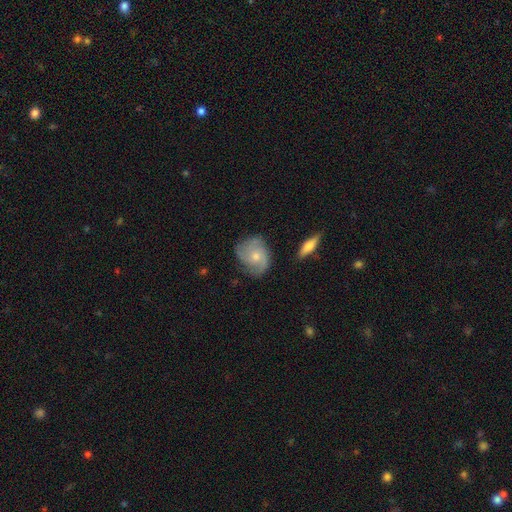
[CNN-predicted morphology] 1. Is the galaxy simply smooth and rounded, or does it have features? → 63% featured or disk, 30% smooth, 7% star or artifact.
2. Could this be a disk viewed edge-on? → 96% no, 4% yes.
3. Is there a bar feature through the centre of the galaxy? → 78% no, 20% weak, 2% strong.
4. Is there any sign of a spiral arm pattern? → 89% yes, 11% no.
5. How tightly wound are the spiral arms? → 44% medium, 35% tight, 21% loose.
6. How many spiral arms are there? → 35% 3, 29% 2, 21% can't tell, 7% 4, 5% 1, 4% more than 4.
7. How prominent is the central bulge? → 49% moderate, 45% small, 3% large, 2% none, 1% dominant.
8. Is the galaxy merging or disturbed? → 66% none, 24% minor disturbance, 8% major disturbance, 2% merger.